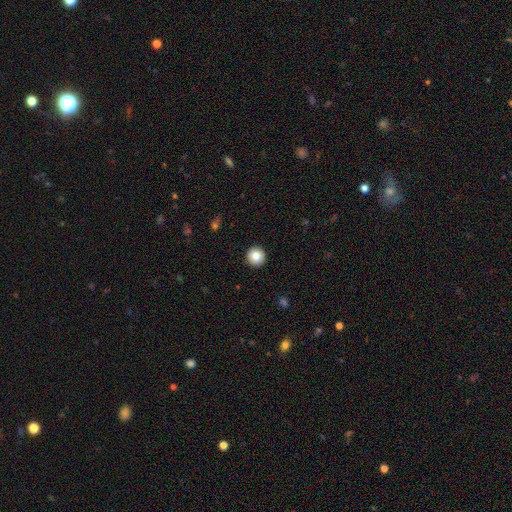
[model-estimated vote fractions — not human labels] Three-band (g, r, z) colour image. It shows a smooth galaxy with no disk features (83%) that is round (96%). Merging: none (94%).